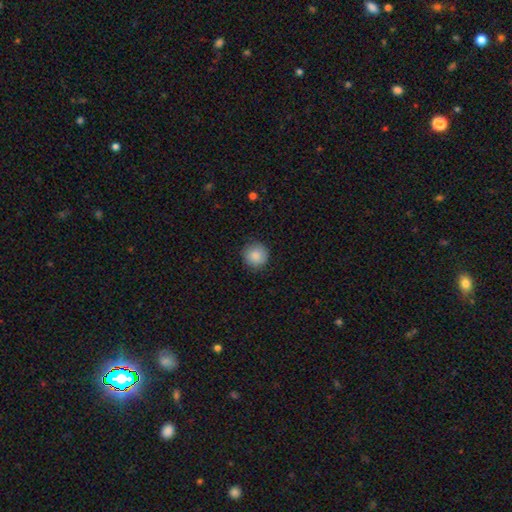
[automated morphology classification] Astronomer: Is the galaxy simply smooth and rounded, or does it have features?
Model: smooth — 87%.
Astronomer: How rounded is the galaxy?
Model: round — 94%.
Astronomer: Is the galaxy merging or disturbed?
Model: none — 87%.